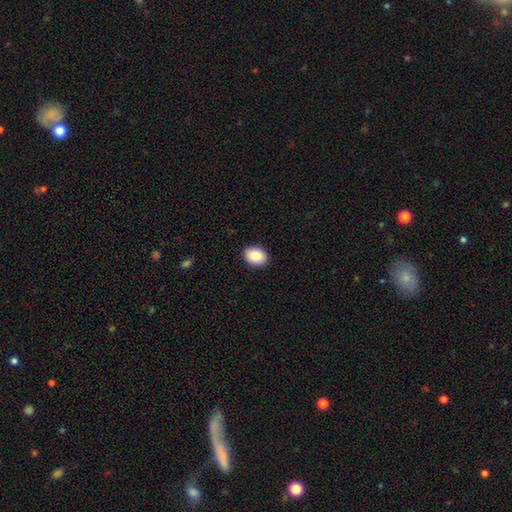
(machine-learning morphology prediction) smooth_or_featured: smooth (p=0.89) [alt: star or artifact p=0.07]
how_rounded: in between (p=0.72) [alt: round p=0.27]
merging: none (p=0.91) [alt: minor disturbance p=0.07]